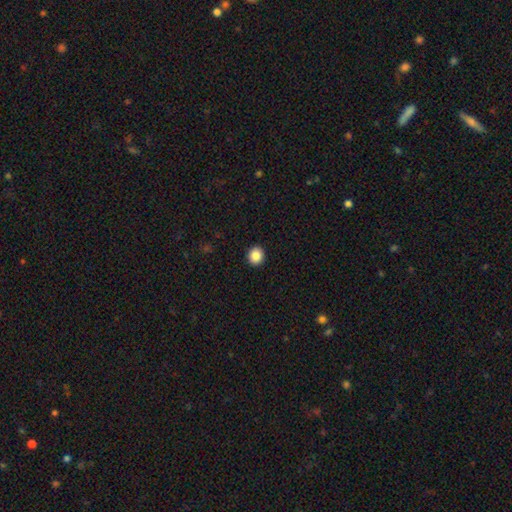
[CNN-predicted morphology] This is clearly a smooth galaxy (87%). How rounded: clearly round (87%). Merging: clearly none (93%).